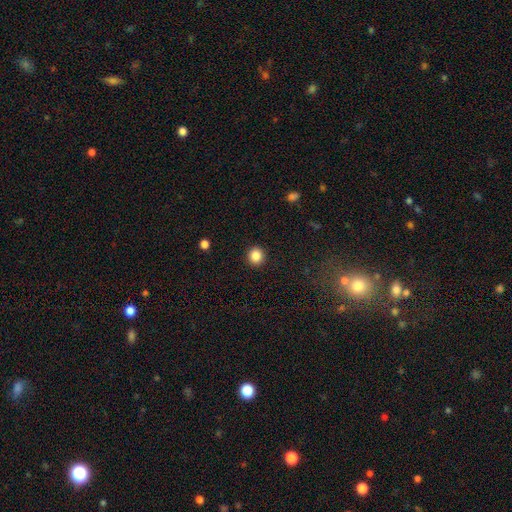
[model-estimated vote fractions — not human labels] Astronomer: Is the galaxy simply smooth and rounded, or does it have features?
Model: smooth — 86%.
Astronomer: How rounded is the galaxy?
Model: round — 89%.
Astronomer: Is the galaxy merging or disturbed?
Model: none — 92%.